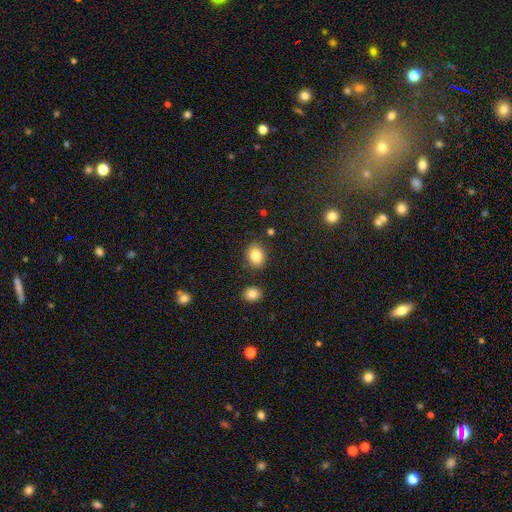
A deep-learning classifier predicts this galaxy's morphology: Smooth or featured: smooth — 84% (star or artifact — 9%)
How rounded: in between — 58% (round — 41%)
Merging: none — 82% (minor disturbance — 11%)